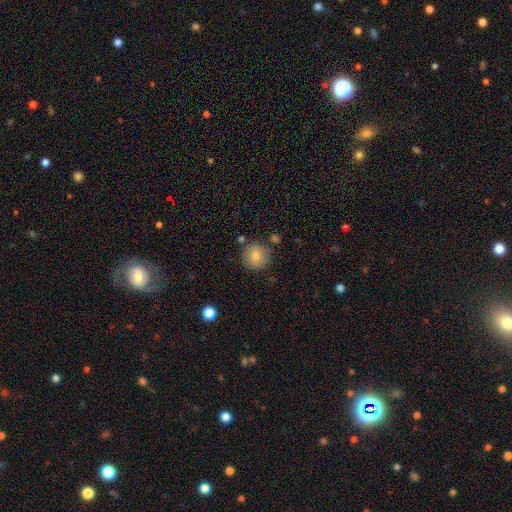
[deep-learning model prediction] Smooth or featured? Predicted: smooth (p=0.80). How rounded? Predicted: round (p=0.93). Merging? Predicted: none (p=0.84).